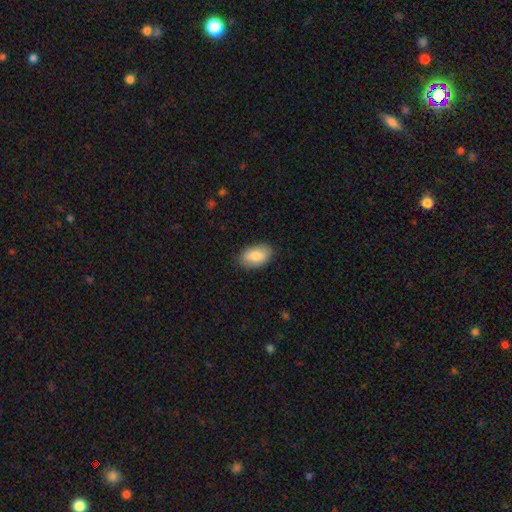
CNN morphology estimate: smooth_or_featured: smooth (p=0.83) [alt: featured or disk p=0.10]
how_rounded: in between (p=0.93) [alt: round p=0.06]
merging: none (p=0.86) [alt: minor disturbance p=0.11]